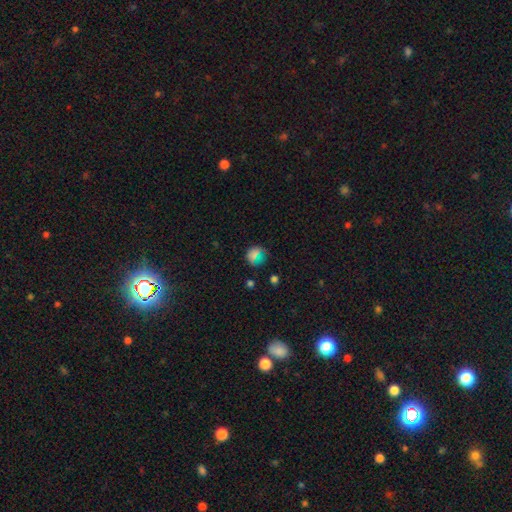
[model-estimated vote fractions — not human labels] Smooth or featured?
  - smooth: 66% *
  - star or artifact: 23%
  - featured or disk: 11%
How rounded?
  - round: 79% *
  - in between: 19%
  - cigar-shaped: 2%
Merging?
  - none: 68% *
  - minor disturbance: 20%
  - major disturbance: 9%
  - merger: 3%